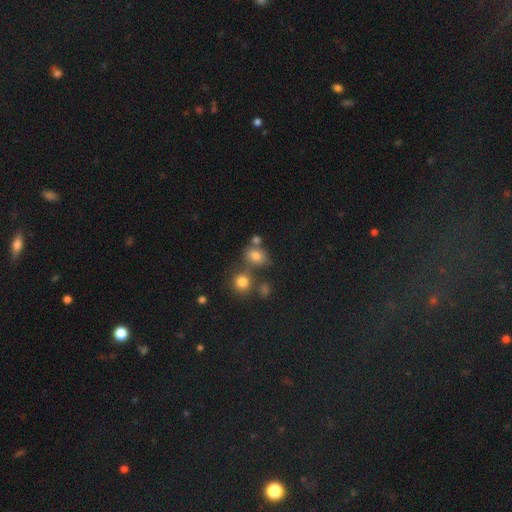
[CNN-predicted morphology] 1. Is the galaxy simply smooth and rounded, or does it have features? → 76% smooth, 14% star or artifact, 10% featured or disk.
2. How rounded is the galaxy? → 58% in between, 40% round, 1% cigar-shaped.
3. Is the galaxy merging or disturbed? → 51% none, 27% merger, 15% minor disturbance, 7% major disturbance.